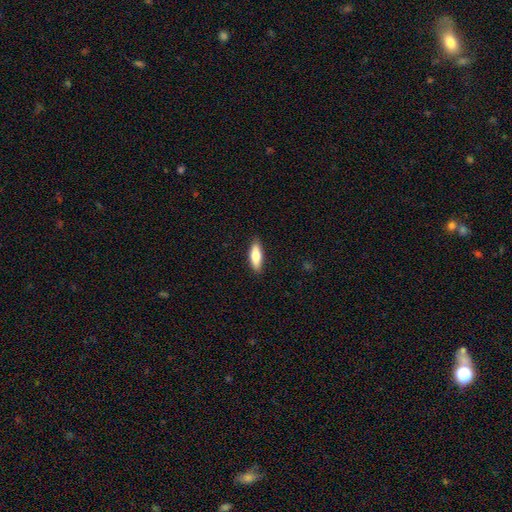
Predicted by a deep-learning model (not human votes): A smooth galaxy with no disk features (75%) that is in between round and cigar-shaped (58%).

Vote fractions:
- Smooth or featured? smooth: 75% / featured or disk: 19% / star or artifact: 6%
- How rounded? in between: 58% / cigar-shaped: 40% / round: 2%
- Merging? none: 88% / minor disturbance: 9% / major disturbance: 2% / merger: 1%